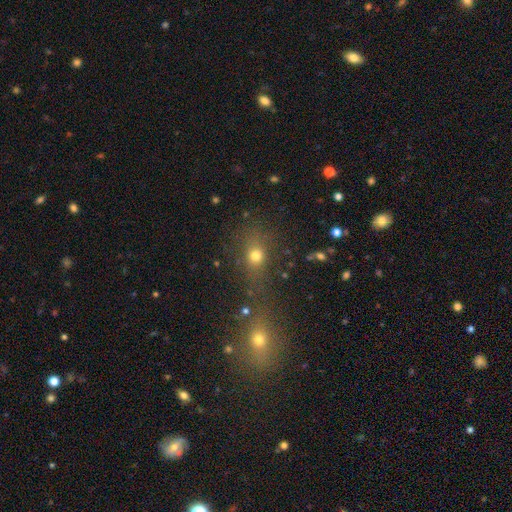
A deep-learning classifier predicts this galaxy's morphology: Smooth or featured: smooth — 65% (star or artifact — 23%)
How rounded: round — 57% (in between — 37%)
Merging: none — 55% (merger — 24%)